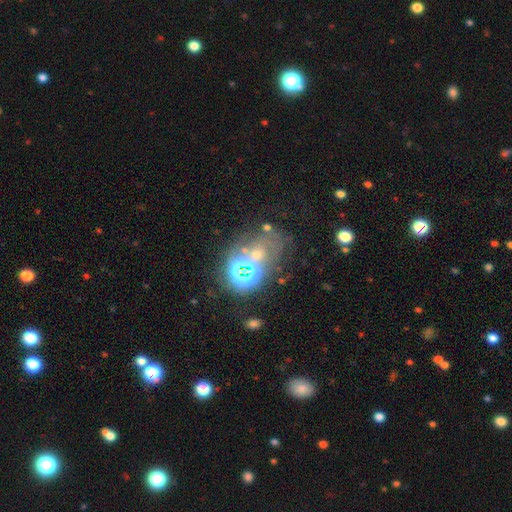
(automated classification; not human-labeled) Smooth or featured? star or artifact (46%)